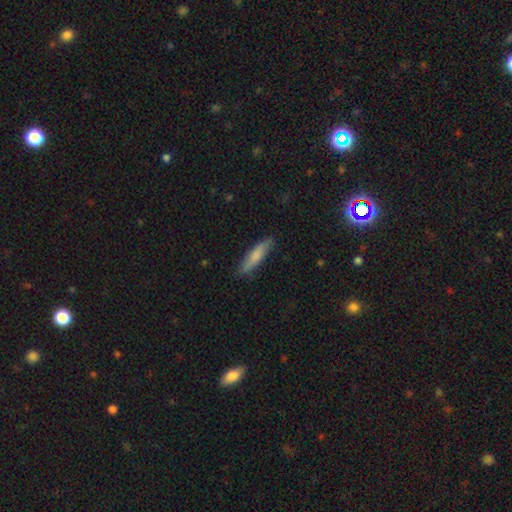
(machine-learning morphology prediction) This is likely a smooth galaxy (74%). How rounded: clearly cigar-shaped (80%). Merging: clearly none (84%).